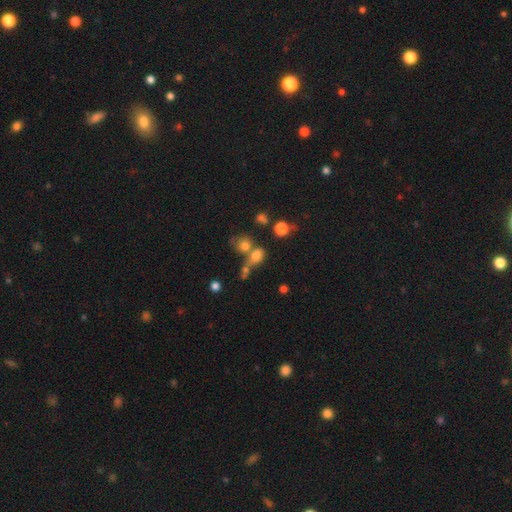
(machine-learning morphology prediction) This is likely a smooth galaxy (71%). How rounded: likely in between (61%). Merging: marginally merger (42%).